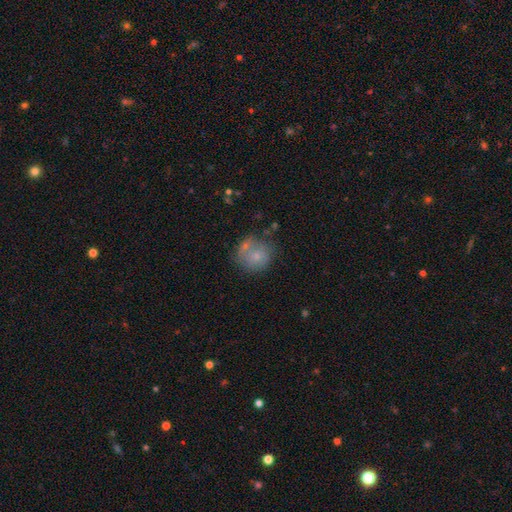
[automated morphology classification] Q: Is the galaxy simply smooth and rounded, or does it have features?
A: smooth — 64%.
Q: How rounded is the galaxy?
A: round — 81%.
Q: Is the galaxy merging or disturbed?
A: none — 49%.